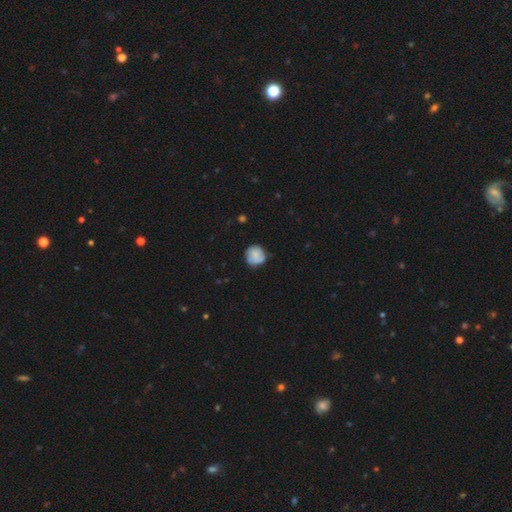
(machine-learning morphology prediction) smooth_or_featured: smooth (p=0.67) [alt: featured or disk p=0.25]
how_rounded: round (p=0.88) [alt: in between p=0.11]
merging: none (p=0.70) [alt: minor disturbance p=0.22]